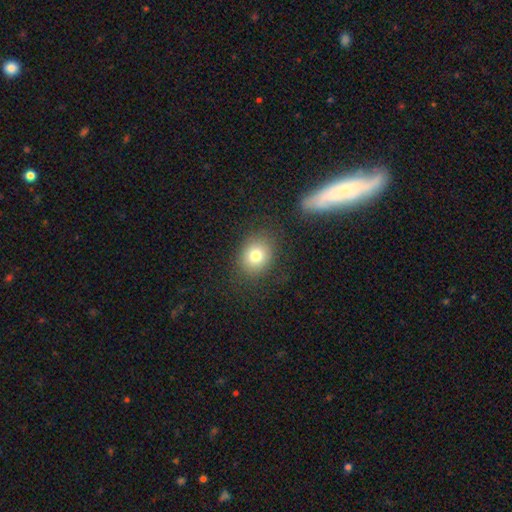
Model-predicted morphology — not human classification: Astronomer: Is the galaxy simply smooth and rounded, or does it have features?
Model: smooth — 76%.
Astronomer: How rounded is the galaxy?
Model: round — 63%.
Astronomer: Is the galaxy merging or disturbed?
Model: none — 84%.